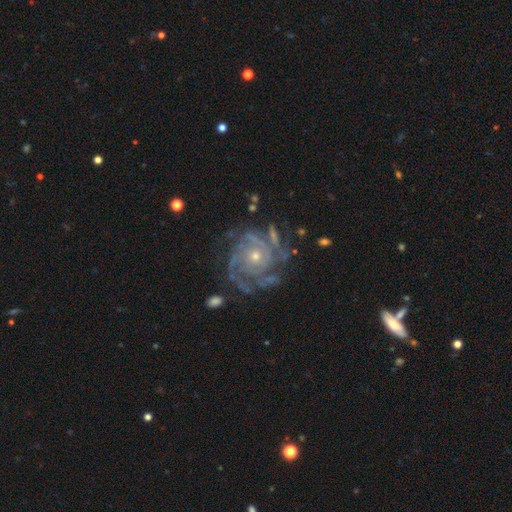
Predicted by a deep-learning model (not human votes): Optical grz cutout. It shows a featured or disk galaxy (89%) with no bar (83%), tight (70%) spiral arms (96%) and a small central bulge (65%). Merging: none (67%).